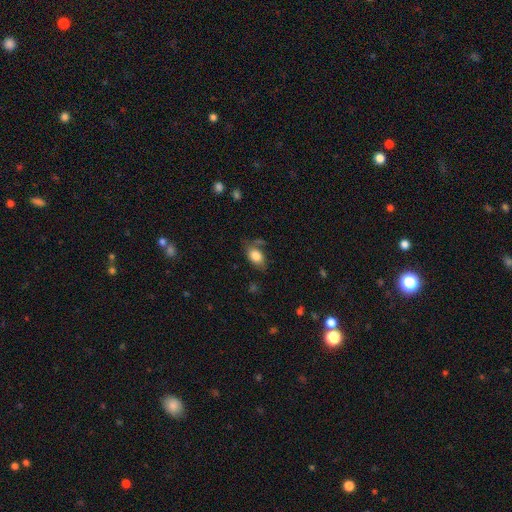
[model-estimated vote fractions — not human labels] smooth 80%, featured or disk 12%, star or artifact 8%. Down the decision tree: how rounded — in between (87%); merging — none (62%).